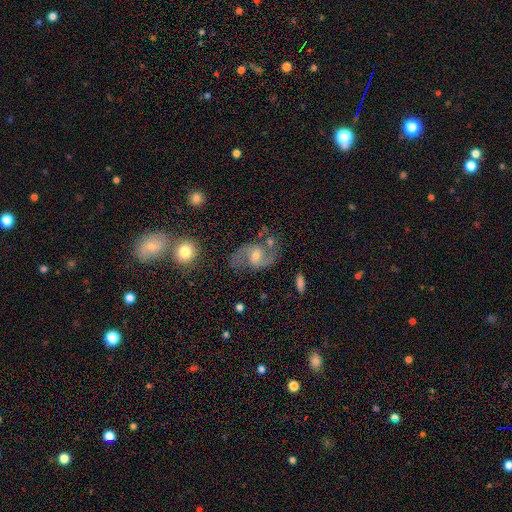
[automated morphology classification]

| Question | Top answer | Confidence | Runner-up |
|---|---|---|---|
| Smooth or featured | featured or disk | 83% | smooth (9%) |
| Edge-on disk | no | 97% | yes (3%) |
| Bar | no | 47% | weak (42%) |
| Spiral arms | yes | 95% | no (5%) |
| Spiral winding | medium | 48% | loose (41%) |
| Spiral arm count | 2 | 92% | can't tell (3%) |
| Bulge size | moderate | 56% | small (37%) |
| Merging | none | 69% | minor disturbance (17%) |